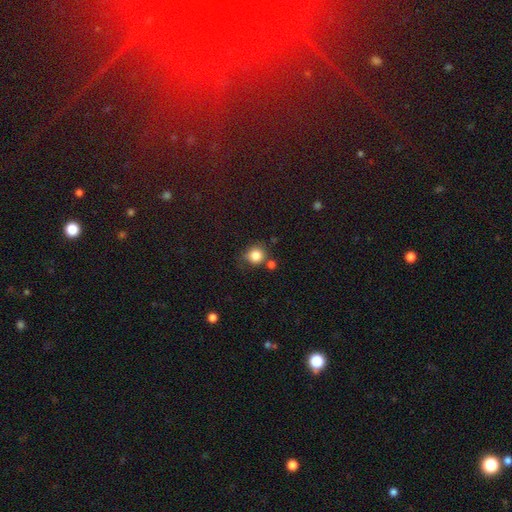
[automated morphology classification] The model was most divided on "merging": none: 66%, minor disturbance: 16%, merger: 12%, major disturbance: 5%. More confident: how rounded — round (87%); smooth or featured — smooth (83%).